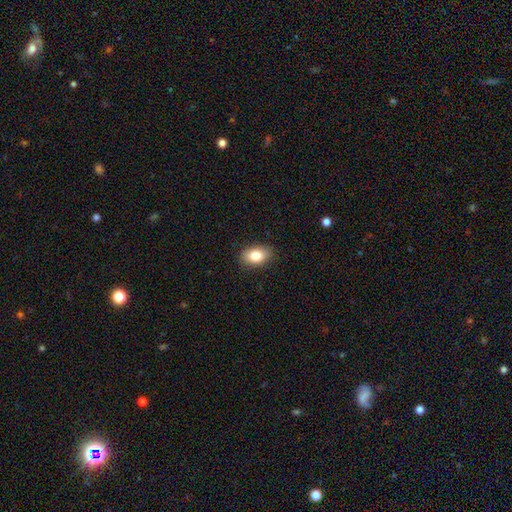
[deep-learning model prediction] A smooth galaxy with no disk features (82%) that is in between round and cigar-shaped (85%). Merging: none (88%).